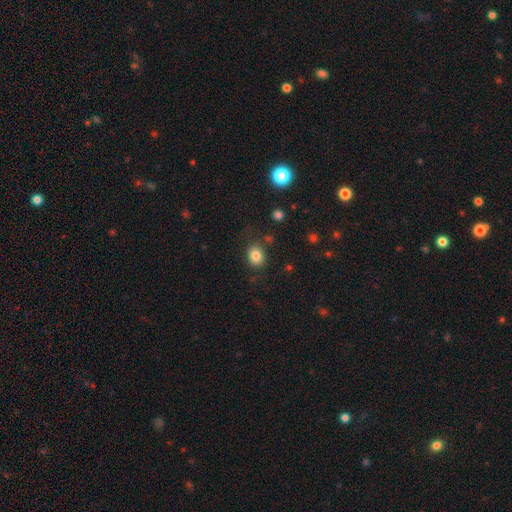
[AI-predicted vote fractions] Smooth or featured? Predicted: smooth (p=0.83). How rounded? Predicted: round (p=0.54). Merging? Predicted: none (p=0.80).